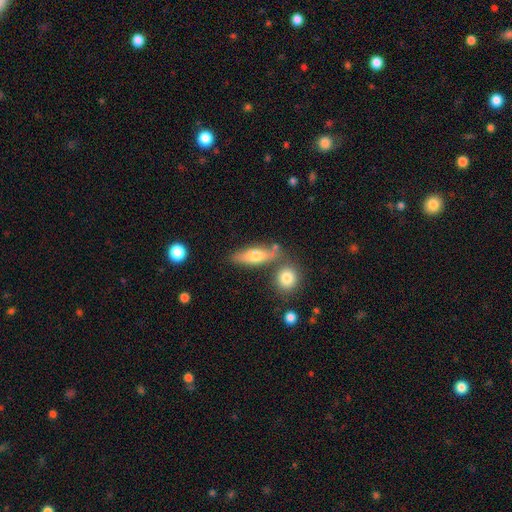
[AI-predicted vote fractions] A smooth galaxy with no disk features (59%) that is cigar-shaped (48%, tied with in between). Merging: none (66%).